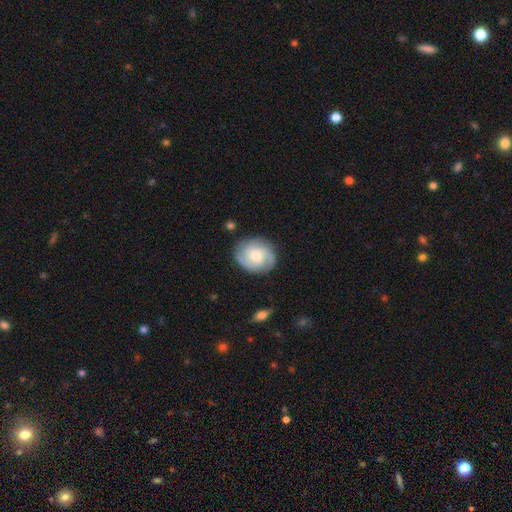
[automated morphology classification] The model was most divided on "spiral winding": medium: 43%, tight: 42%, loose: 15%. Remaining: edge-on disk — no (97%); spiral arms — yes (92%); merging — none (80%); smooth or featured — featured or disk (69%); bar — no (58%); bulge size — moderate (52%); spiral arm count — 3 (36%).